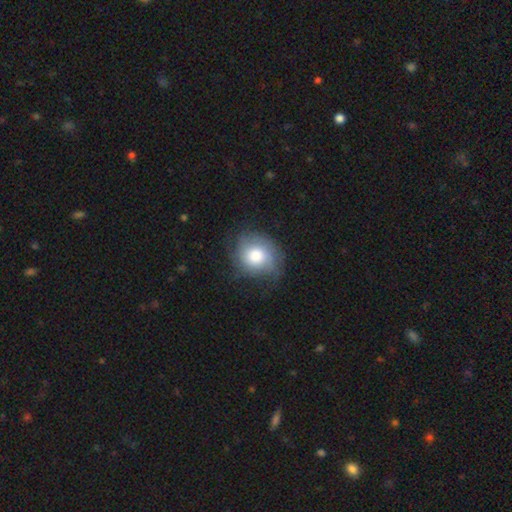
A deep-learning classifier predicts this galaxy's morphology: type=smooth (63%); roundness=round (76%); merging=none (62%).